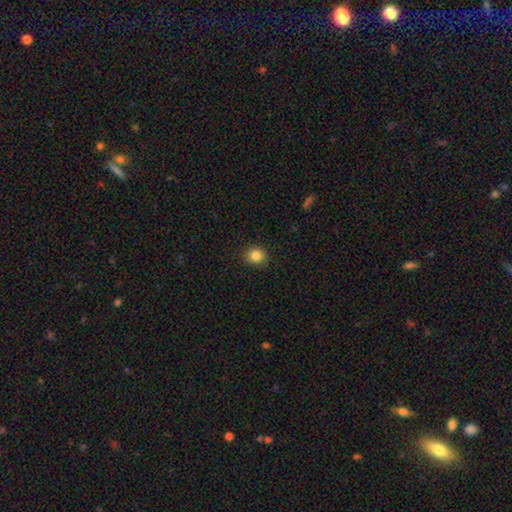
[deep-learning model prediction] Smooth or featured? smooth (85%)
How rounded? round (80%)
Merging? none (90%)